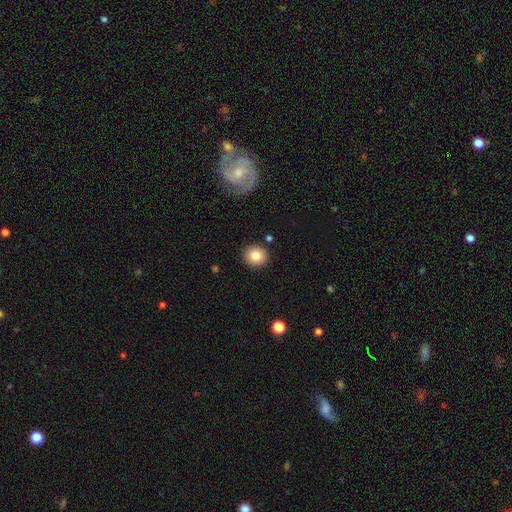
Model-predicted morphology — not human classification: smooth_or_featured: smooth (p=0.82) [alt: star or artifact p=0.09]
how_rounded: round (p=0.87) [alt: in between p=0.12]
merging: none (p=0.89) [alt: minor disturbance p=0.07]